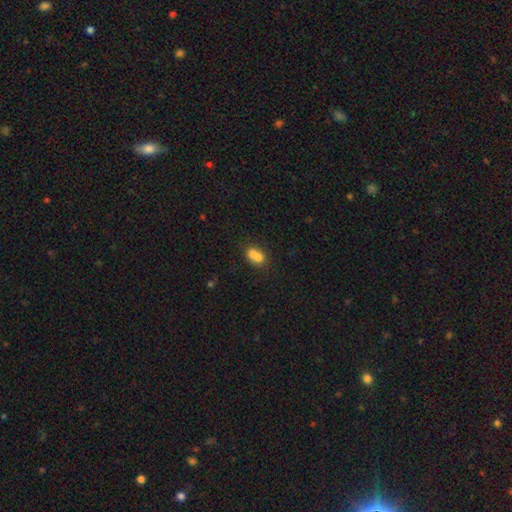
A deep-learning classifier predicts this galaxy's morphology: The model was most divided on "how rounded": in between: 50%, round: 48%, cigar-shaped: 2%. More confident: smooth or featured — smooth (69%); merging — merger (61%).